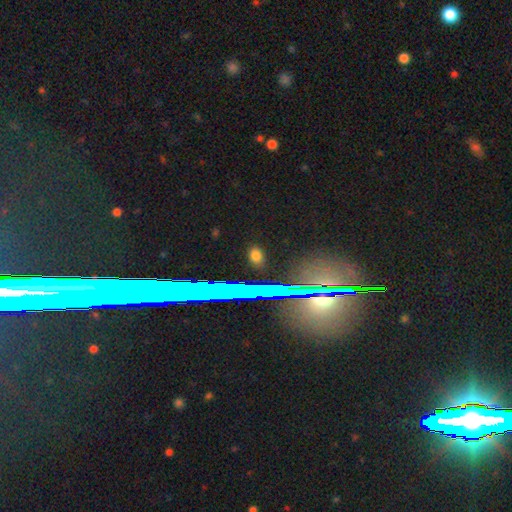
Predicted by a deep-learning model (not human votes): Smooth or featured: smooth — 65% (star or artifact — 25%)
How rounded: round — 54% (in between — 39%)
Merging: none — 88% (minor disturbance — 8%)